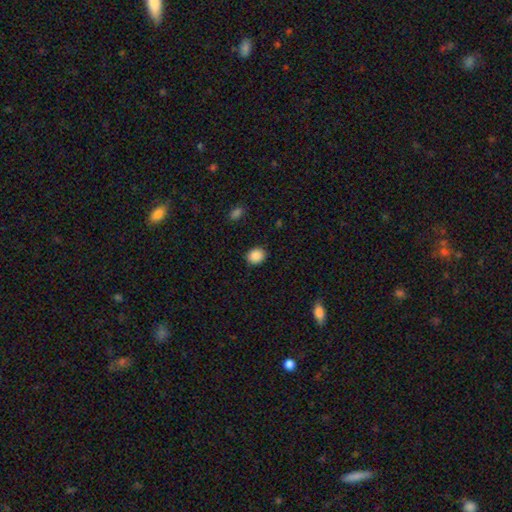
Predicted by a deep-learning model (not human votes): smooth-or-featured: smooth: 88% | star or artifact: 9% | featured or disk: 3%
  how-rounded: round: 62% | in between: 37% | cigar-shaped: 1%
  merging: none: 90% | minor disturbance: 7% | major disturbance: 2% | merger: 1%